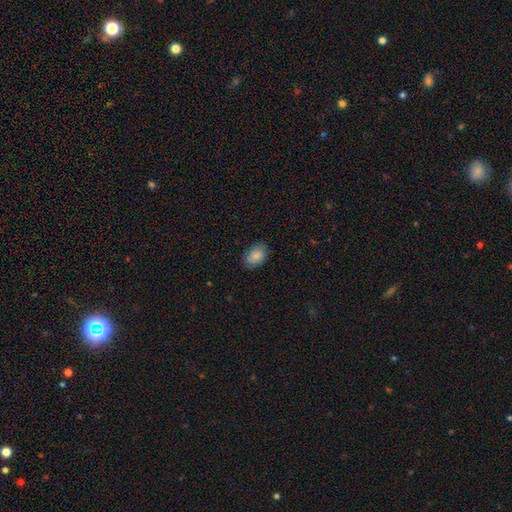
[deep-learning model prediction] Smooth or featured?
  - smooth: 87% *
  - star or artifact: 7%
  - featured or disk: 6%
How rounded?
  - in between: 83% *
  - round: 16%
  - cigar-shaped: 1%
Merging?
  - none: 82% *
  - minor disturbance: 14%
  - major disturbance: 3%
  - merger: 1%